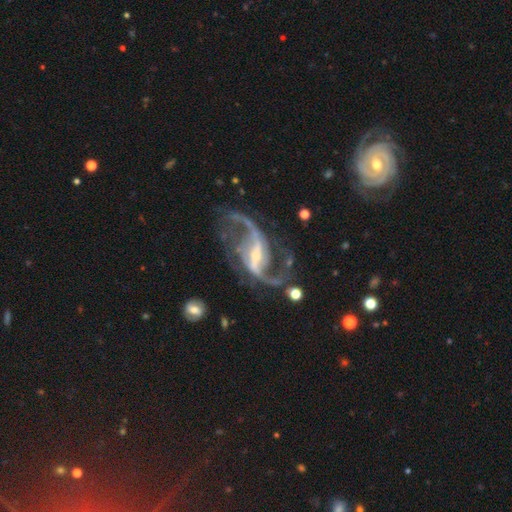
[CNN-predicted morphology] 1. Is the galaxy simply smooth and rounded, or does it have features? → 92% featured or disk, 5% star or artifact, 2% smooth.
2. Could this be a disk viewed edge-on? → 97% no, 3% yes.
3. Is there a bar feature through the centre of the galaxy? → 56% strong, 35% weak, 9% no.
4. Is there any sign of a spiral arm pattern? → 98% yes, 2% no.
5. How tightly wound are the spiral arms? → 69% loose, 26% medium, 5% tight.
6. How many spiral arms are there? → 91% 2, 2% 3, 2% can't tell, 2% 1, 1% 4, 1% more than 4.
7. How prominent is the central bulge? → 61% small, 28% moderate, 6% none, 3% large, 1% dominant.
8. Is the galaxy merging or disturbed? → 61% none, 18% major disturbance, 16% minor disturbance, 4% merger.